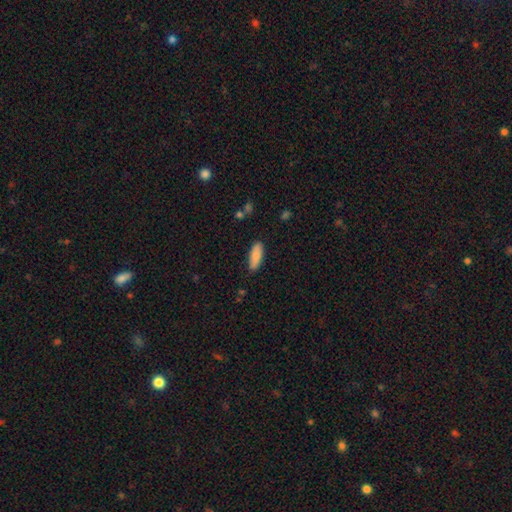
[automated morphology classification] This appears to be a smooth galaxy with no disk features (85%) that is in between round and cigar-shaped (65%). Merging: none (85%).